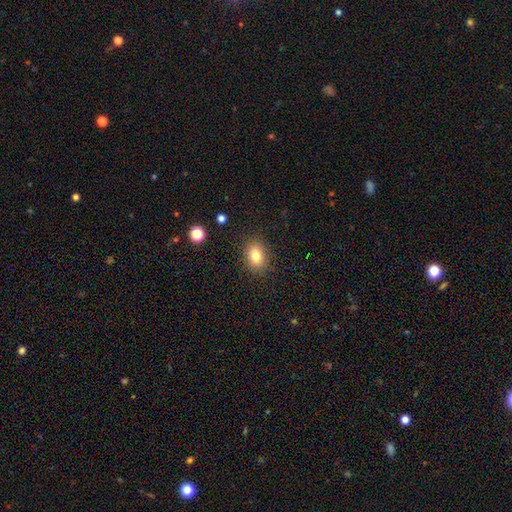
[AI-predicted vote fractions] Smooth or featured: smooth — 79% (star or artifact — 11%)
How rounded: in between — 65% (round — 33%)
Merging: none — 86% (minor disturbance — 10%)